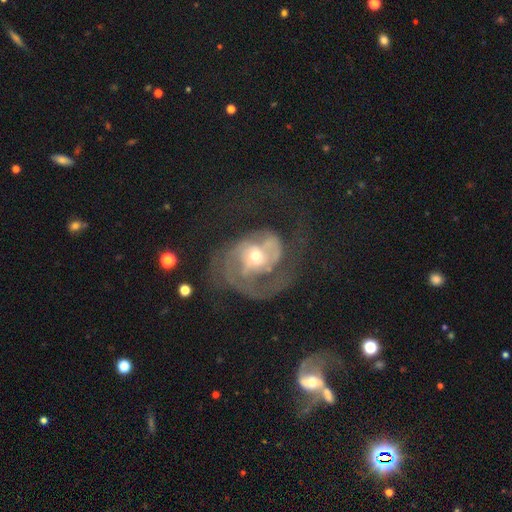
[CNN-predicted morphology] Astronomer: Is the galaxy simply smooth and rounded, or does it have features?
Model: featured or disk — 82%.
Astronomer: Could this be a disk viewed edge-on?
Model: no — 98%.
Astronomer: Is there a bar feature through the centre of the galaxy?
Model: no — 68%.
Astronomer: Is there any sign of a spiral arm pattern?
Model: yes — 88%.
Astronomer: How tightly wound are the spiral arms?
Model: medium — 42% (runner-up: tight, 34%).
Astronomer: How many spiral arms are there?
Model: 1 — 34% (runner-up: 2, 31%).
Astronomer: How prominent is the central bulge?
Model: small — 49% (runner-up: moderate, 45%).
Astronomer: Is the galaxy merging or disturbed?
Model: major disturbance — 48% (runner-up: none, 33%).